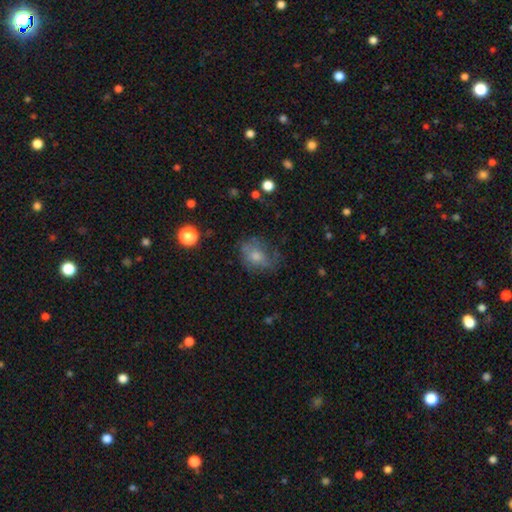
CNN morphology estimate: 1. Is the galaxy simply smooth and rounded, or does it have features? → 53% smooth, 31% featured or disk, 16% star or artifact.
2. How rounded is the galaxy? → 55% in between, 43% round, 1% cigar-shaped.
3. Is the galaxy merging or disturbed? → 56% none, 25% minor disturbance, 16% major disturbance, 2% merger.